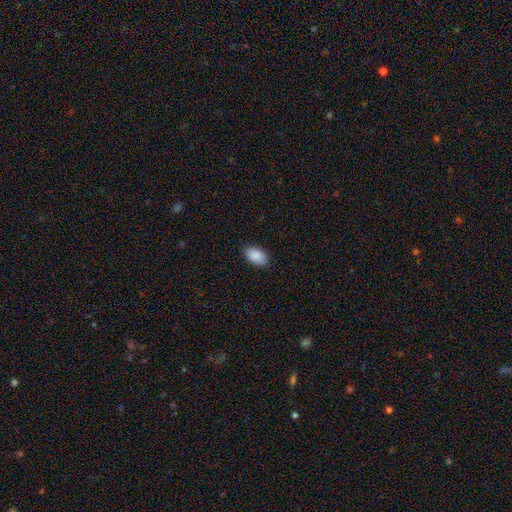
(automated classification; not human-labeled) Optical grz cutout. It shows a smooth galaxy with no disk features (90%) that is in between round and cigar-shaped (94%). Merging: none (88%).